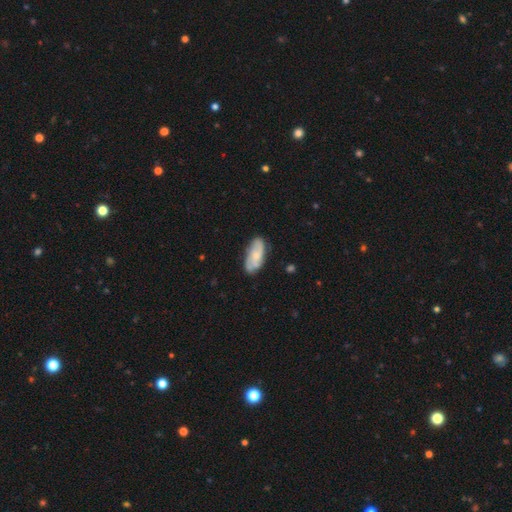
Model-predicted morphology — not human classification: Smooth or featured? smooth (51%)
How rounded? in between (86%)
Merging? none (71%)